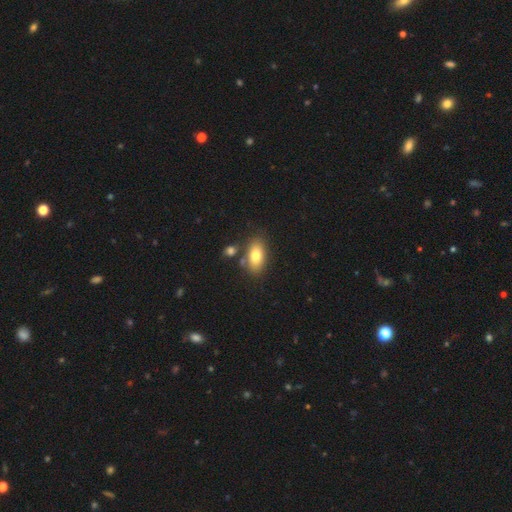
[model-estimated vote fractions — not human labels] Smooth or featured? Predicted: smooth (p=0.78). How rounded? Predicted: in between (p=0.90). Merging? Predicted: none (p=0.73).